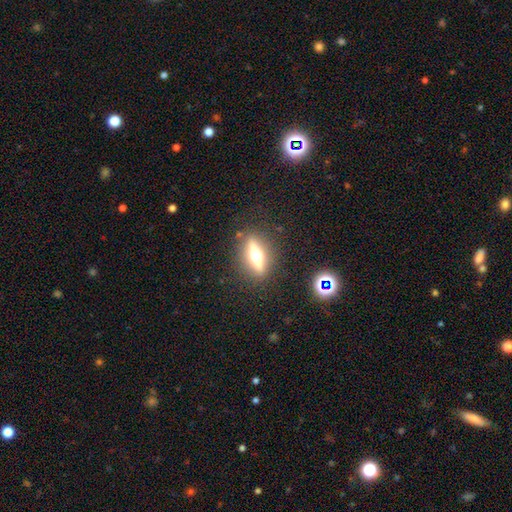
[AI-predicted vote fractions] Smooth or featured? featured or disk (67%)
Edge-on disk? yes (90%)
Edge-on bulge? rounded (95%)
Merging? none (86%)